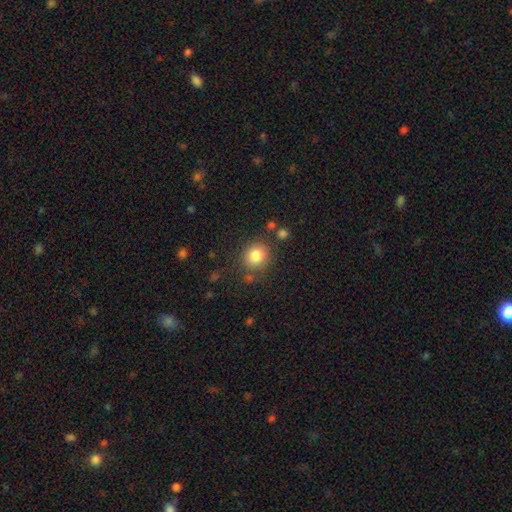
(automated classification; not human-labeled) Smooth or featured: smooth — 83% (star or artifact — 10%)
How rounded: round — 82% (in between — 17%)
Merging: none — 79% (minor disturbance — 11%)